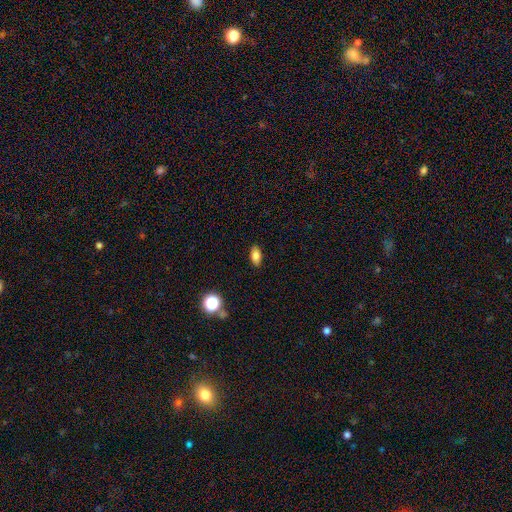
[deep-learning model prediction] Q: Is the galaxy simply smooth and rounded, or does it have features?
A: smooth — 81%.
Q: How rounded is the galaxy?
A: in between — 87%.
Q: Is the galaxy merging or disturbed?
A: none — 87%.